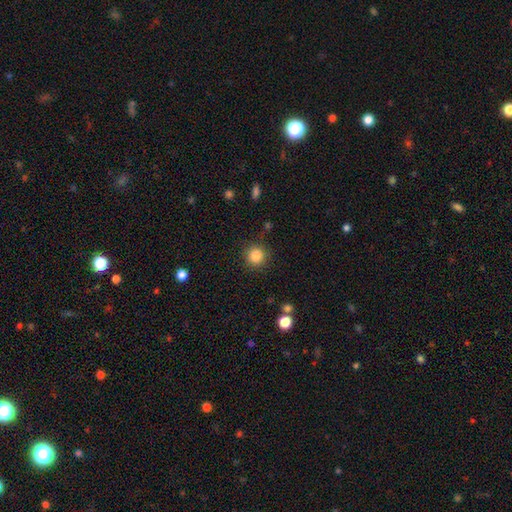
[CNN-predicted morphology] Smooth or featured?
  - smooth: 85% *
  - star or artifact: 10%
  - featured or disk: 4%
How rounded?
  - round: 94% *
  - in between: 5%
  - cigar-shaped: 1%
Merging?
  - none: 88% *
  - minor disturbance: 7%
  - major disturbance: 3%
  - merger: 2%